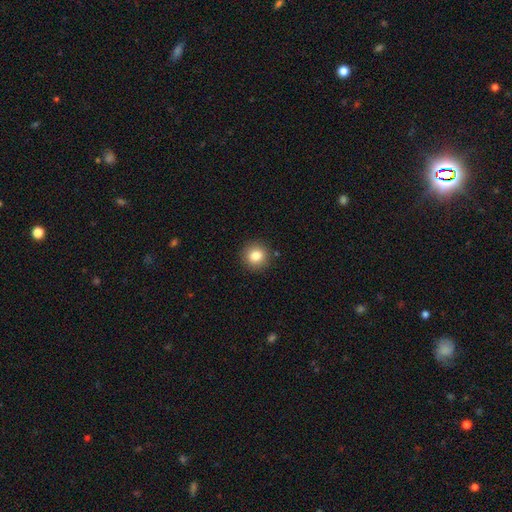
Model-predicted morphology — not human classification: Smooth or featured? smooth (82%)
How rounded? round (92%)
Merging? none (90%)